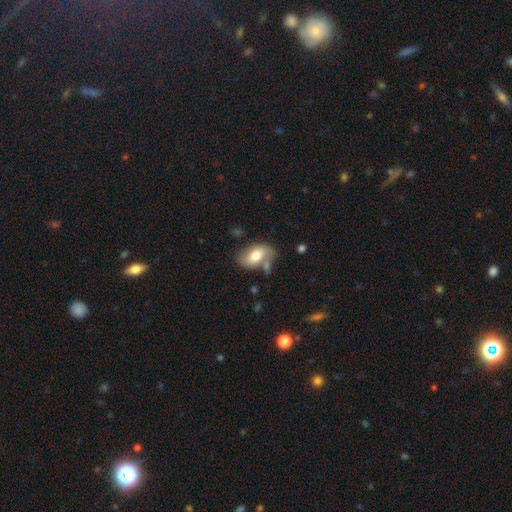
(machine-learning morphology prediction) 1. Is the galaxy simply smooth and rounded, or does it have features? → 61% smooth, 32% featured or disk, 7% star or artifact.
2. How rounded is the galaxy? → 91% in between, 7% round, 2% cigar-shaped.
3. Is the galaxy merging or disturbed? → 59% none, 21% minor disturbance, 13% merger, 7% major disturbance.